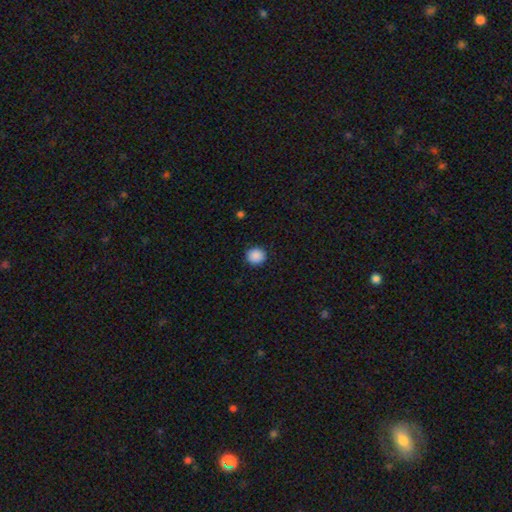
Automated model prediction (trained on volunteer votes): Overall: smooth (89%). How rounded: round (90%). Merging: none (91%).